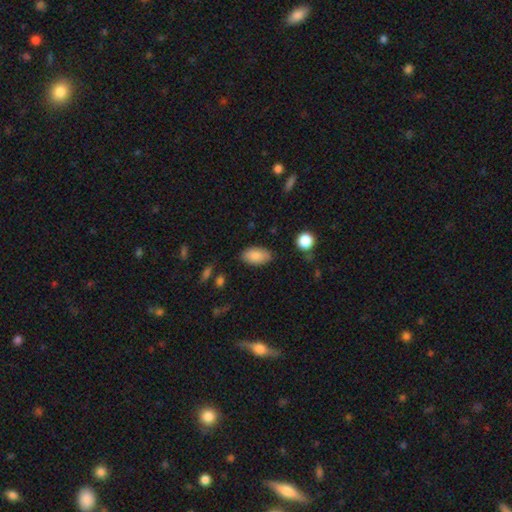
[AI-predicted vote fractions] This is clearly a smooth galaxy (85%). How rounded: clearly in between (94%). Merging: clearly none (82%).